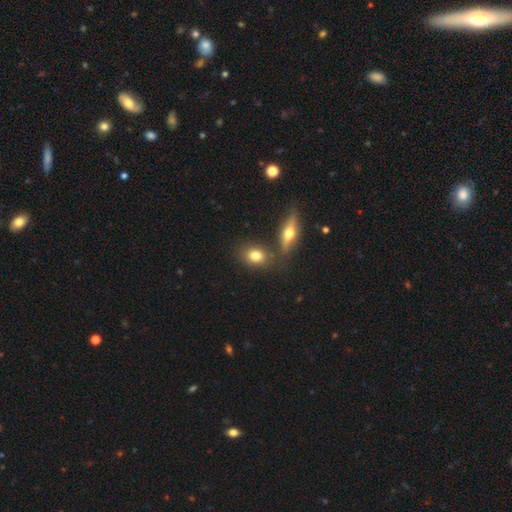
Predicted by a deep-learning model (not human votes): smooth-or-featured: smooth: 76% | featured or disk: 15% | star or artifact: 9%
  how-rounded: in between: 61% | round: 36% | cigar-shaped: 4%
  merging: none: 69% | merger: 16% | minor disturbance: 11% | major disturbance: 4%